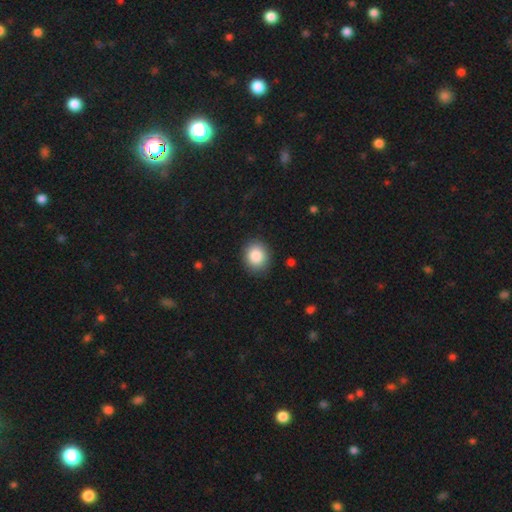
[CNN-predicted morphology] smooth_or_featured: smooth (p=0.87) [alt: star or artifact p=0.08]
how_rounded: round (p=0.72) [alt: in between p=0.27]
merging: none (p=0.88) [alt: minor disturbance p=0.08]